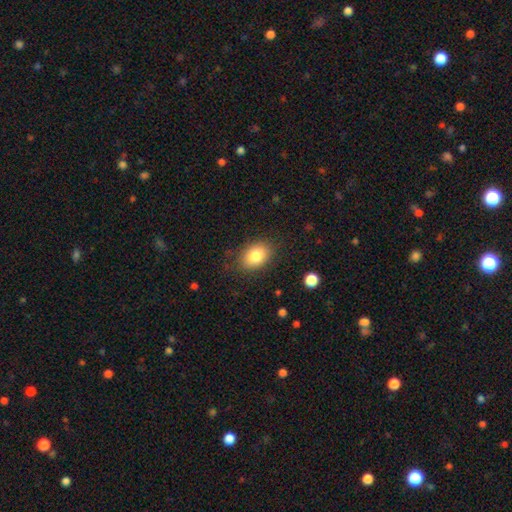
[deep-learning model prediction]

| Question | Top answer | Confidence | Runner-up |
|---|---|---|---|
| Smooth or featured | smooth | 83% | featured or disk (9%) |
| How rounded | in between | 78% | round (21%) |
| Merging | none | 82% | minor disturbance (13%) |